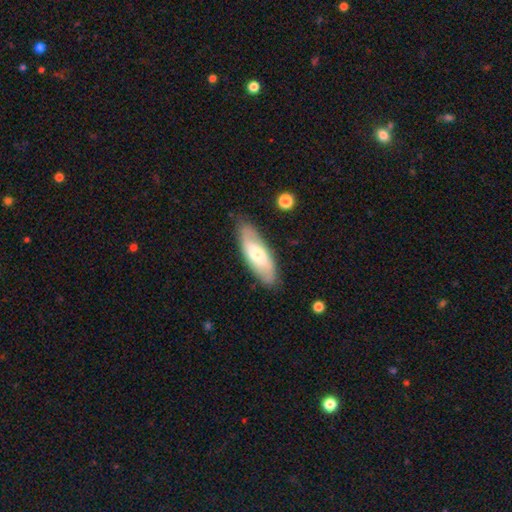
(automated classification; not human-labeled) A smooth galaxy with no disk features (56%) that is in between round and cigar-shaped (68%).

Vote fractions:
- Smooth or featured? smooth: 56% / featured or disk: 38% / star or artifact: 6%
- How rounded? in between: 68% / cigar-shaped: 30% / round: 2%
- Merging? none: 80% / minor disturbance: 15% / major disturbance: 3% / merger: 2%